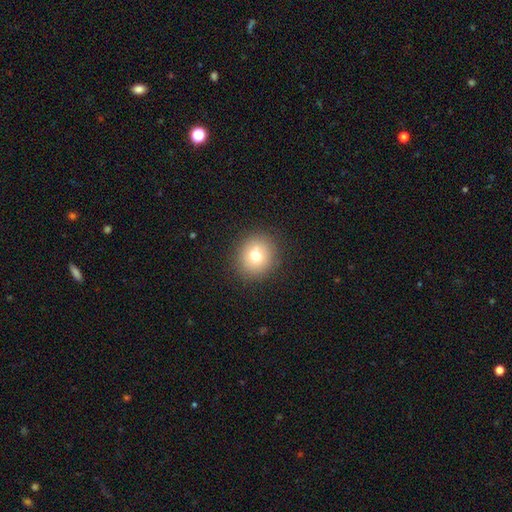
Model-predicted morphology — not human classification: smooth_or_featured: smooth (p=0.73) [alt: featured or disk p=0.14]
how_rounded: round (p=0.87) [alt: in between p=0.12]
merging: none (p=0.89) [alt: minor disturbance p=0.07]